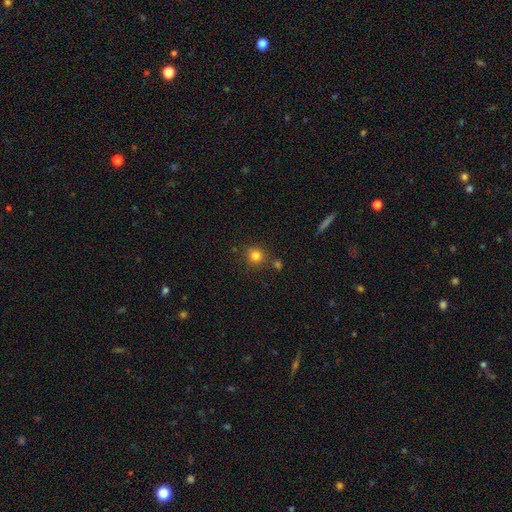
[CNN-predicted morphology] smooth-or-featured: smooth: 81% | star or artifact: 13% | featured or disk: 6%
  how-rounded: round: 91% | in between: 8% | cigar-shaped: 1%
  merging: none: 79% | minor disturbance: 10% | merger: 8% | major disturbance: 3%